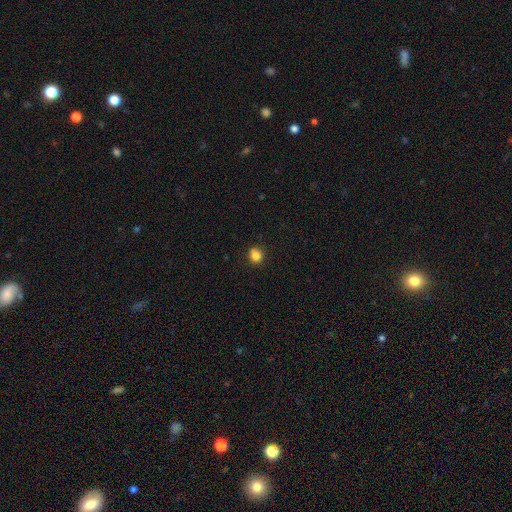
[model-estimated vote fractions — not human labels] Smooth or featured?
  - smooth: 83% *
  - star or artifact: 12%
  - featured or disk: 6%
How rounded?
  - round: 79% *
  - in between: 20%
  - cigar-shaped: 1%
Merging?
  - none: 82% *
  - minor disturbance: 13%
  - major disturbance: 3%
  - merger: 3%